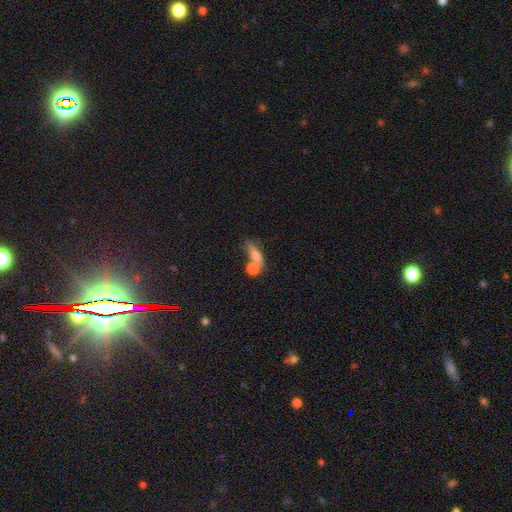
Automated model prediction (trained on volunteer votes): Overall: smooth (70%). How rounded: in between (47%; cigar-shaped 32%). Merging: merger (43%; none 35%).